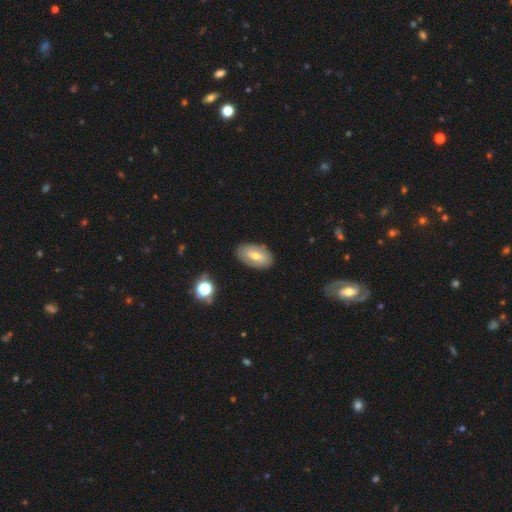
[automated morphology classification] Smooth or featured? Predicted: smooth (p=0.48). Merging? Predicted: none (p=0.83).